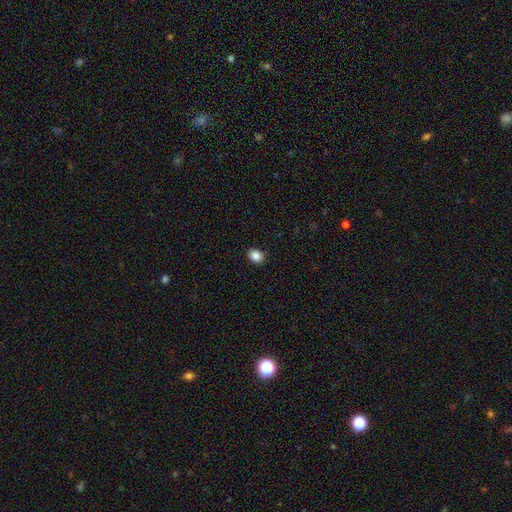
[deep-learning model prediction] Q: Smooth or featured?
A: smooth (86%); runner-up: star or artifact (9%)
Q: How rounded?
A: in between (53%); runner-up: round (46%)
Q: Merging?
A: none (90%); runner-up: minor disturbance (7%)